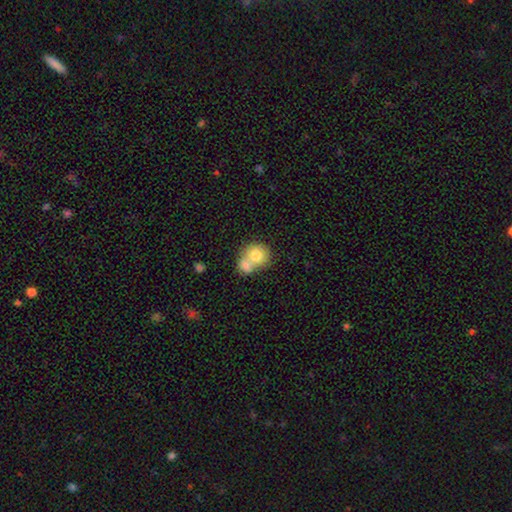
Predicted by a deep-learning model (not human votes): Smooth or featured: smooth — 76% (featured or disk — 17%)
How rounded: round — 74% (in between — 25%)
Merging: merger — 66% (none — 25%)